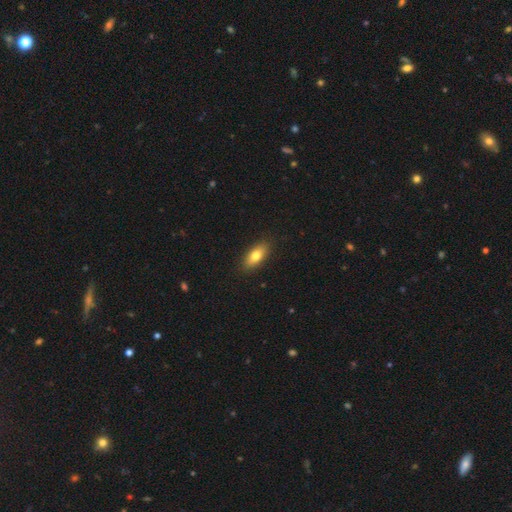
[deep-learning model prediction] This appears to be a smooth galaxy with no disk features (77%) that is in between round and cigar-shaped (81%). Merging: none (88%).